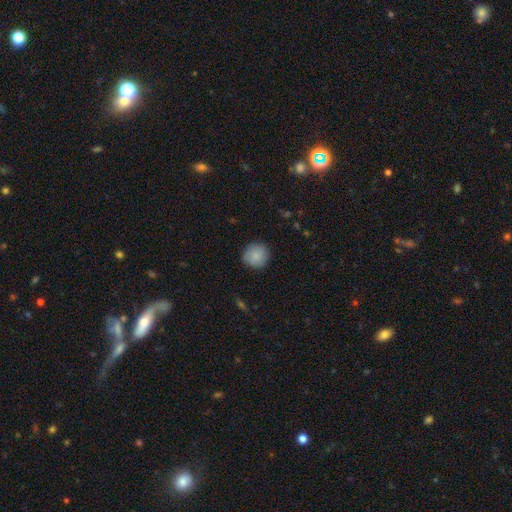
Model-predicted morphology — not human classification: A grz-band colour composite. It shows a smooth galaxy with no disk features (84%) that is round (92%). Merging: none (87%).